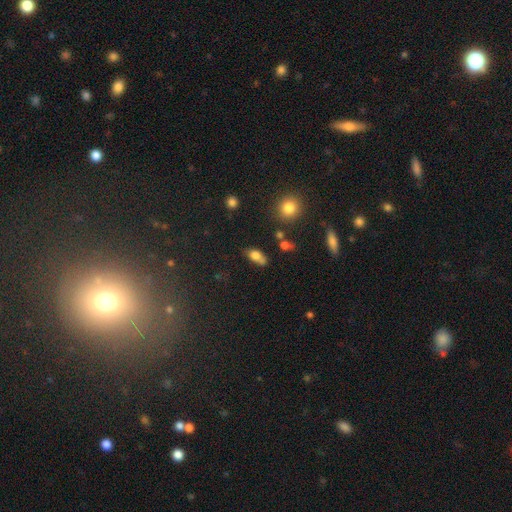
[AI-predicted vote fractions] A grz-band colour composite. It shows a smooth galaxy with no disk features (74%) that is in between round and cigar-shaped (82%). Merging: none (47%).